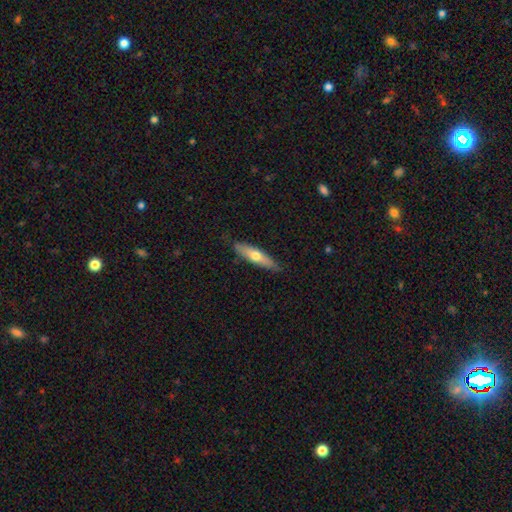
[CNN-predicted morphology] A smooth galaxy with no disk features (56%) that is cigar-shaped (71%).

Vote fractions:
- Smooth or featured? smooth: 56% / featured or disk: 38% / star or artifact: 5%
- How rounded? cigar-shaped: 71% / in between: 28% / round: 2%
- Merging? none: 83% / minor disturbance: 14% / major disturbance: 2% / merger: 1%